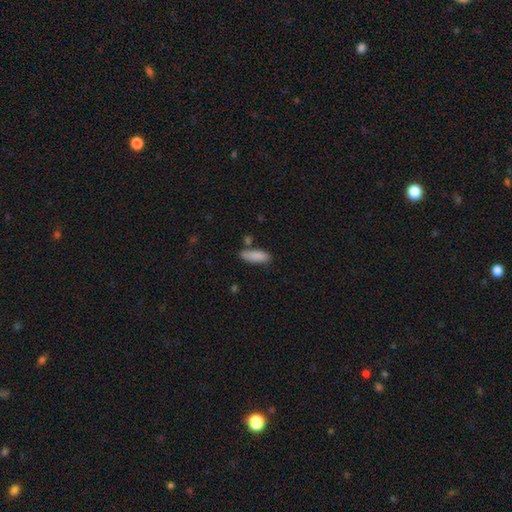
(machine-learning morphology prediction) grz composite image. It shows a smooth galaxy with no disk features (88%) that is in between round and cigar-shaped (64%). Merging: none (71%).